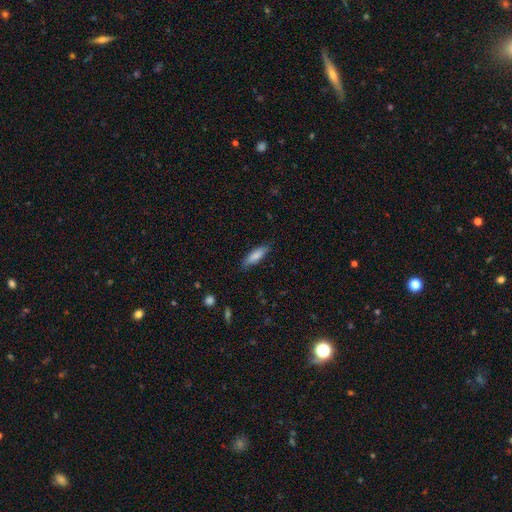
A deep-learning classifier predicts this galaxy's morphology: smooth-or-featured: smooth: 83% | featured or disk: 11% | star or artifact: 6%
  how-rounded: cigar-shaped: 53% | in between: 46% | round: 2%
  merging: none: 81% | minor disturbance: 15% | major disturbance: 3% | merger: 1%